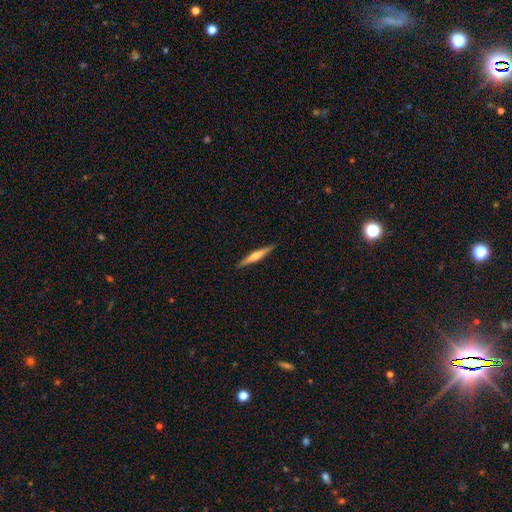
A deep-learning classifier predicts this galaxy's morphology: The model was most divided on "smooth or featured": featured or disk: 48%, smooth: 47%, star or artifact: 6%. More confident: merging — none (91%).